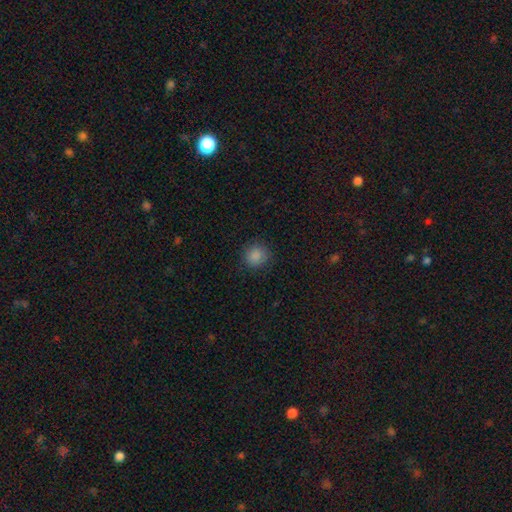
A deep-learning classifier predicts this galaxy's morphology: type=smooth (86%); roundness=round (91%); merging=none (88%).